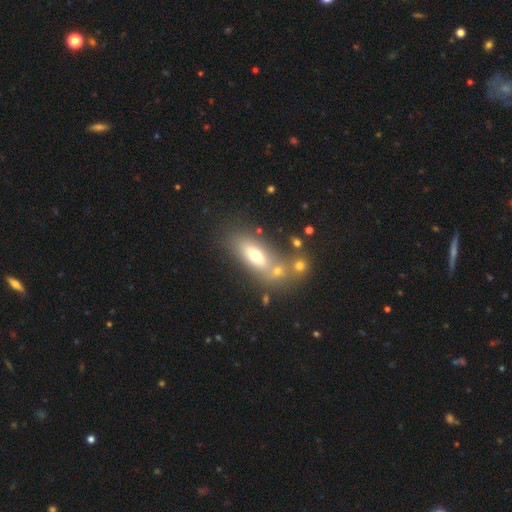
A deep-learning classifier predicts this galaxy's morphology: smooth 62%, featured or disk 26%, star or artifact 12%. Down the decision tree: how rounded — in between (71%); merging — none (51%).